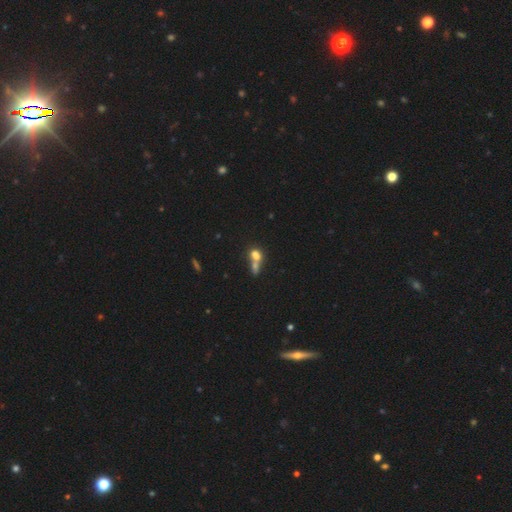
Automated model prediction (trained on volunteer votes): This appears to be a smooth galaxy with no disk features (67%) that is round (46%, tied with in between). Merging: merger (62%).